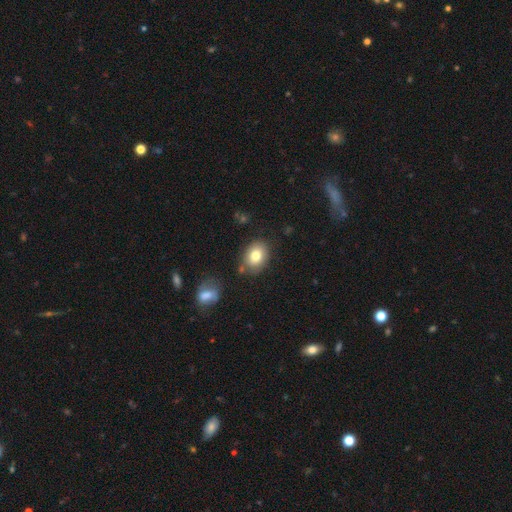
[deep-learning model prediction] smooth_or_featured: smooth (p=0.78) [alt: featured or disk p=0.13]
how_rounded: in between (p=0.64) [alt: round p=0.35]
merging: none (p=0.77) [alt: minor disturbance p=0.14]